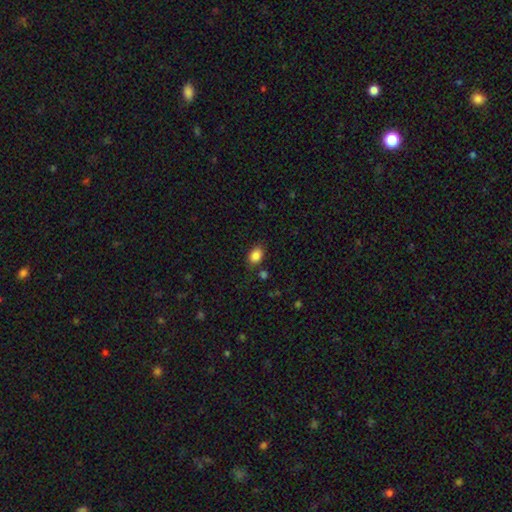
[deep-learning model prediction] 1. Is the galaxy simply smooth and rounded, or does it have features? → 86% smooth, 9% star or artifact, 5% featured or disk.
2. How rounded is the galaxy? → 77% in between, 22% round, 1% cigar-shaped.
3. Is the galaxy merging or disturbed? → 78% none, 14% minor disturbance, 4% merger, 4% major disturbance.